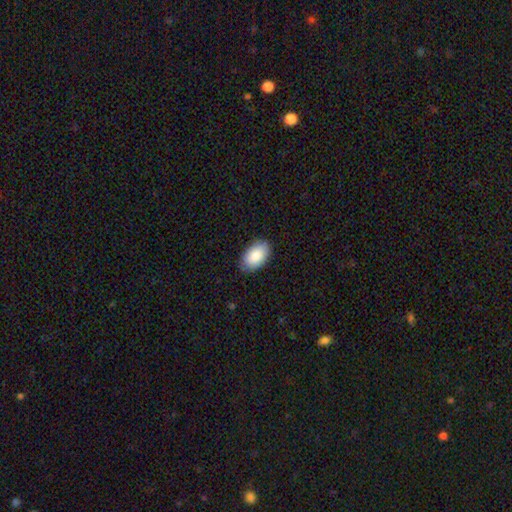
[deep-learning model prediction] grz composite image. It shows a smooth galaxy with no disk features (88%) that is in between round and cigar-shaped (94%). Merging: none (85%).